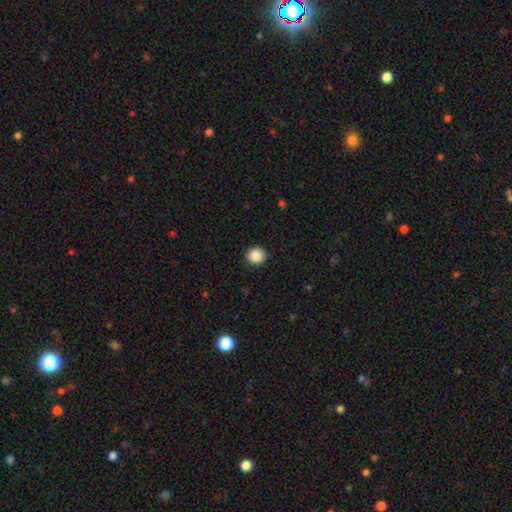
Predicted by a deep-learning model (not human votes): smooth_or_featured: smooth (p=0.88) [alt: star or artifact p=0.09]
how_rounded: round (p=0.89) [alt: in between p=0.10]
merging: none (p=0.92) [alt: minor disturbance p=0.05]